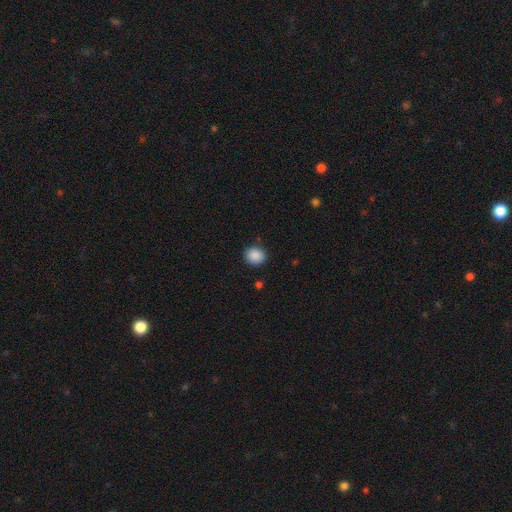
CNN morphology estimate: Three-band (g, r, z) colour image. It shows a smooth galaxy with no disk features (88%) that is round (82%). Merging: none (87%).